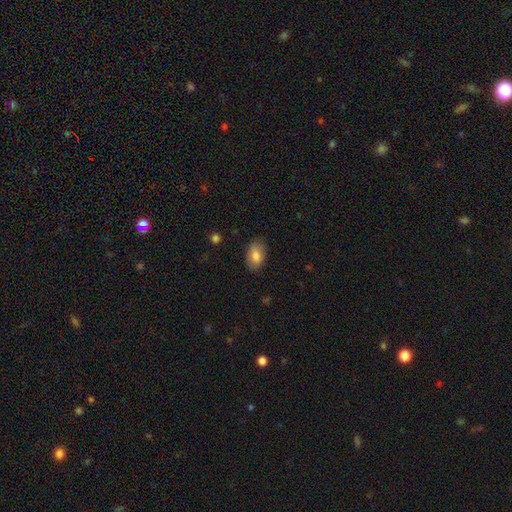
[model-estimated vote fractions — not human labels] smooth 82%, featured or disk 11%, star or artifact 7%. Down the decision tree: how rounded — in between (90%); merging — none (82%).